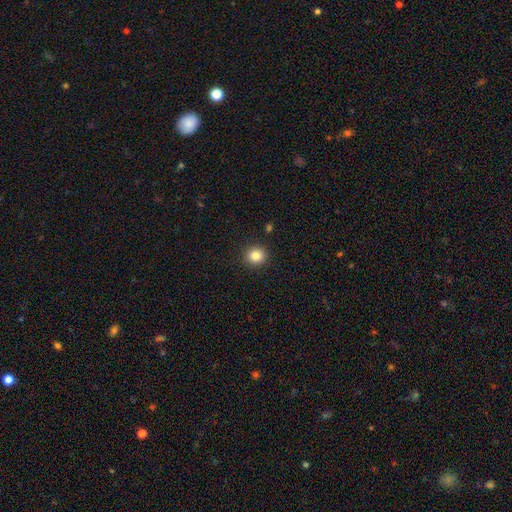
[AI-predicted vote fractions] A smooth galaxy with no disk features (84%) that is round (89%).

Vote fractions:
- Smooth or featured? smooth: 84% / star or artifact: 11% / featured or disk: 5%
- How rounded? round: 89% / in between: 10% / cigar-shaped: 1%
- Merging? none: 91% / minor disturbance: 6% / major disturbance: 2% / merger: 1%